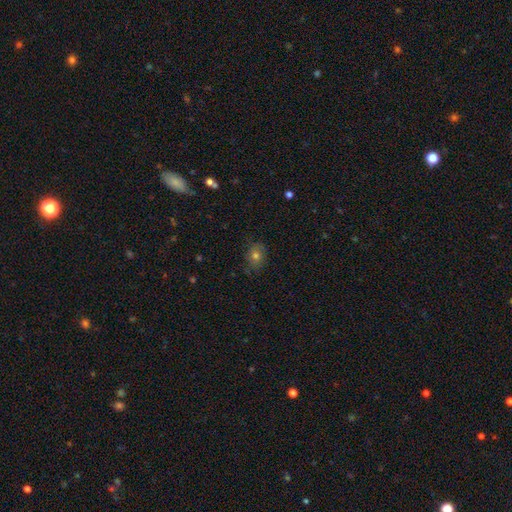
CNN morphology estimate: Smooth or featured: smooth — 65% (star or artifact — 19%)
How rounded: round — 59% (in between — 40%)
Merging: none — 80% (minor disturbance — 15%)